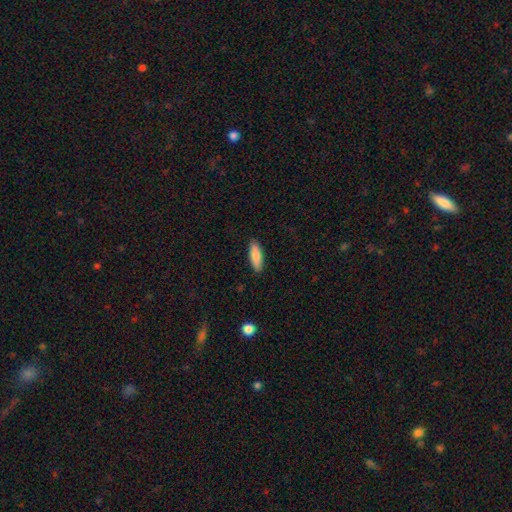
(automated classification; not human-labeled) Q: Smooth or featured?
A: smooth (84%); runner-up: featured or disk (10%)
Q: How rounded?
A: in between (53%); runner-up: cigar-shaped (46%)
Q: Merging?
A: none (89%); runner-up: minor disturbance (8%)